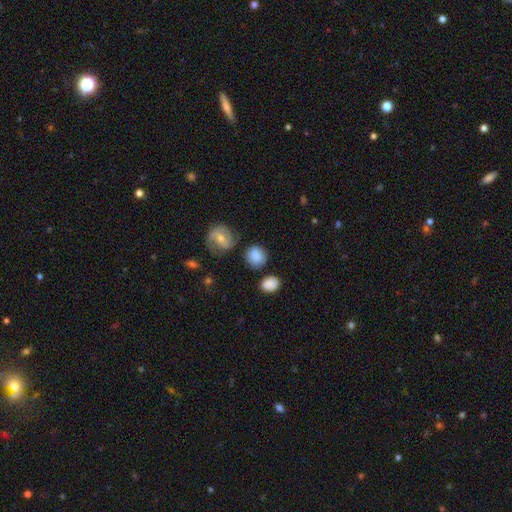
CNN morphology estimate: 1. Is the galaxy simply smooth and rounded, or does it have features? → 77% smooth, 15% featured or disk, 8% star or artifact.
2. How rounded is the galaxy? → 81% round, 18% in between, 1% cigar-shaped.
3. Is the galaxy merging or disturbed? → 75% none, 14% minor disturbance, 6% merger, 5% major disturbance.